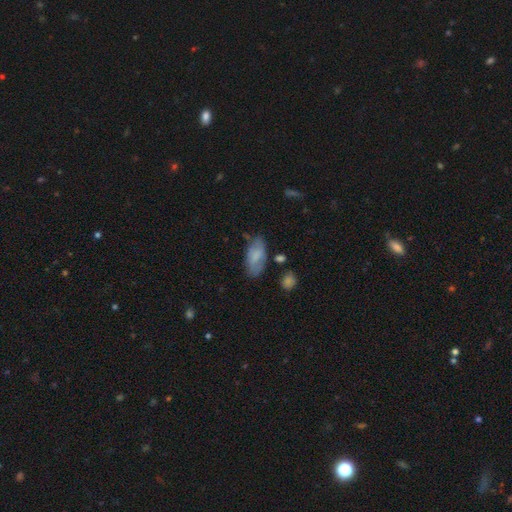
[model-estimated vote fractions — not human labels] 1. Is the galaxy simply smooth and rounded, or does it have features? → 72% smooth, 22% featured or disk, 7% star or artifact.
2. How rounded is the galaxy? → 91% in between, 6% cigar-shaped, 3% round.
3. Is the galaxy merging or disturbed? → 67% none, 22% minor disturbance, 6% major disturbance, 4% merger.